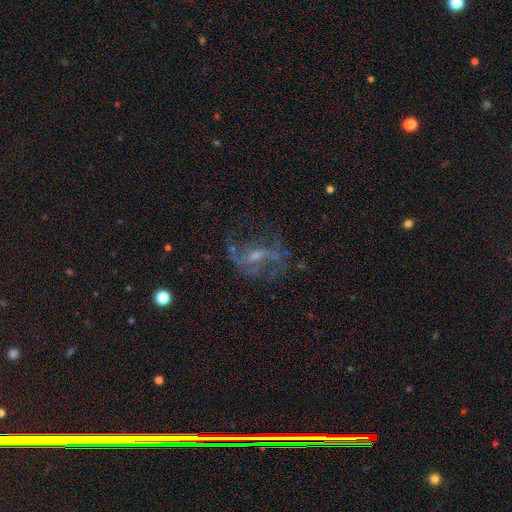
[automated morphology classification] smooth_or_featured: featured or disk (p=0.68) [alt: star or artifact p=0.17]
disk_edge_on: no (p=0.95) [alt: yes p=0.05]
bar: weak (p=0.44) [alt: no p=0.40]
has_spiral_arms: yes (p=0.69) [alt: no p=0.31]
bulge_size: small (p=0.49) [alt: moderate p=0.34]
merging: none (p=0.54) [alt: major disturbance p=0.25]